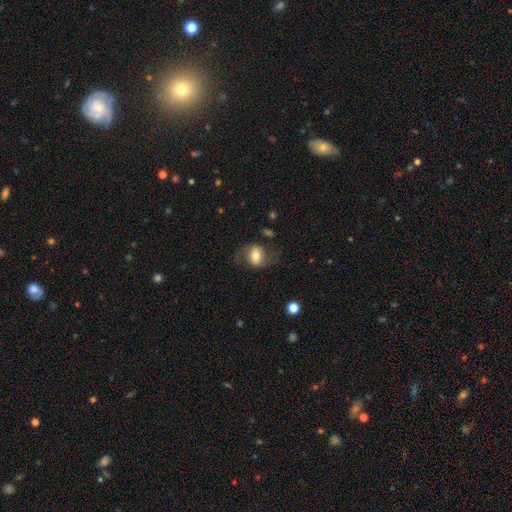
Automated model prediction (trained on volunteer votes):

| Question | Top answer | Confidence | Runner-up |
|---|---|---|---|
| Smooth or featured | smooth | 57% | featured or disk (35%) |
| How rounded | in between | 72% | round (26%) |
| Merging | none | 62% | minor disturbance (21%) |